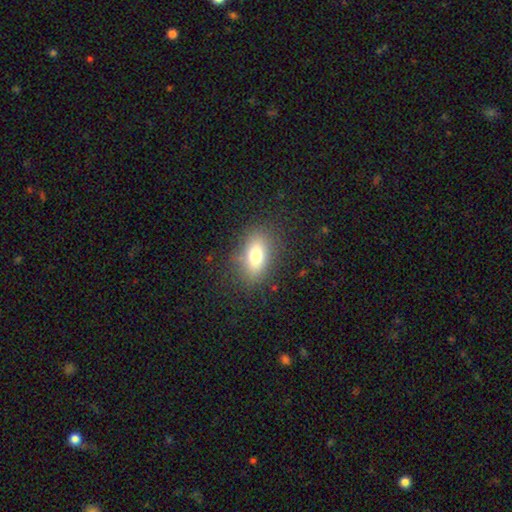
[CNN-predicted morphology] smooth 77%, featured or disk 13%, star or artifact 10%. Down the decision tree: how rounded — in between (84%); merging — none (81%).